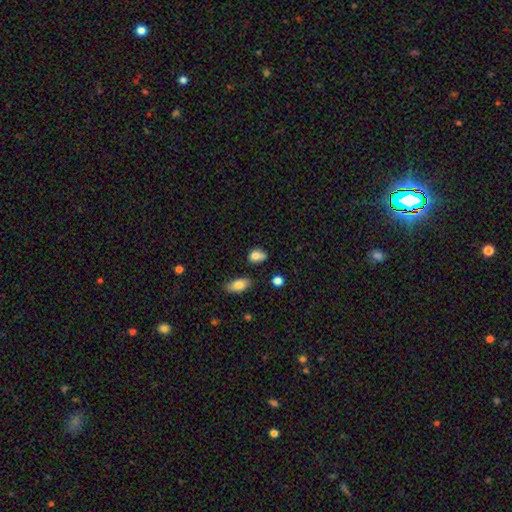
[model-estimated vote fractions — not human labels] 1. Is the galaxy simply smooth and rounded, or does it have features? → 82% smooth, 10% star or artifact, 8% featured or disk.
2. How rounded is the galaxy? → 67% in between, 31% round, 2% cigar-shaped.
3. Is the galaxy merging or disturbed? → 54% none, 30% minor disturbance, 8% major disturbance, 8% merger.